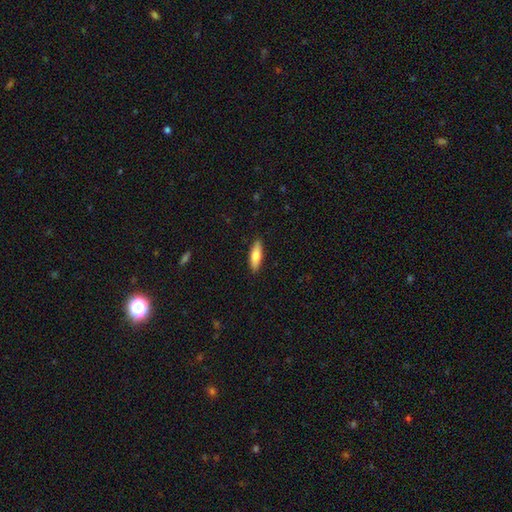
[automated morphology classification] smooth-or-featured: smooth: 75% | featured or disk: 20% | star or artifact: 5%
  how-rounded: cigar-shaped: 51% | in between: 47% | round: 2%
  merging: none: 89% | minor disturbance: 8% | major disturbance: 2% | merger: 1%